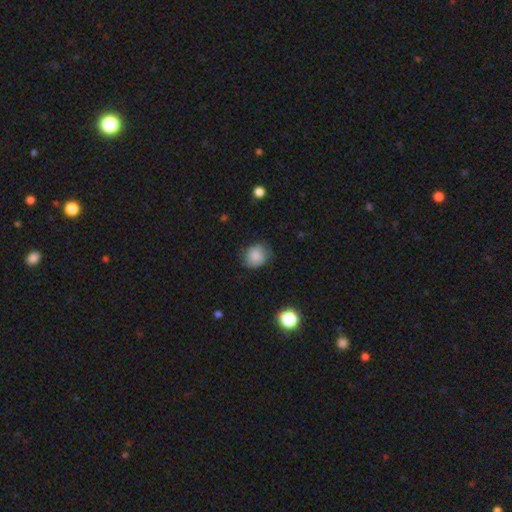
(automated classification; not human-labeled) The model was most divided on "how rounded": round: 68%, in between: 31%, cigar-shaped: 1%. More confident: smooth or featured — smooth (83%); merging — none (69%).